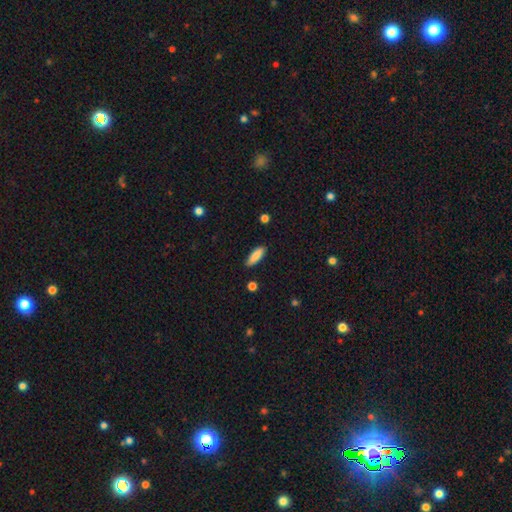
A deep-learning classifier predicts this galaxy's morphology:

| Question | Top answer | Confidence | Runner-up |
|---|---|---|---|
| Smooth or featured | smooth | 86% | featured or disk (7%) |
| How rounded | in between | 51% | cigar-shaped (47%) |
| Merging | none | 85% | minor disturbance (11%) |